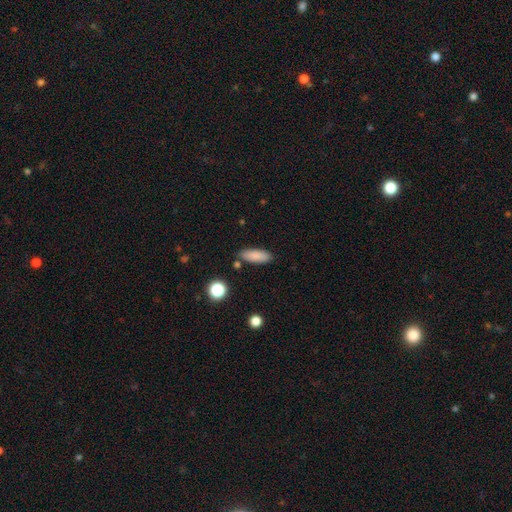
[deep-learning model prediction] This appears to be a smooth galaxy with no disk features (86%) that is in between round and cigar-shaped (65%). Merging: none (82%).